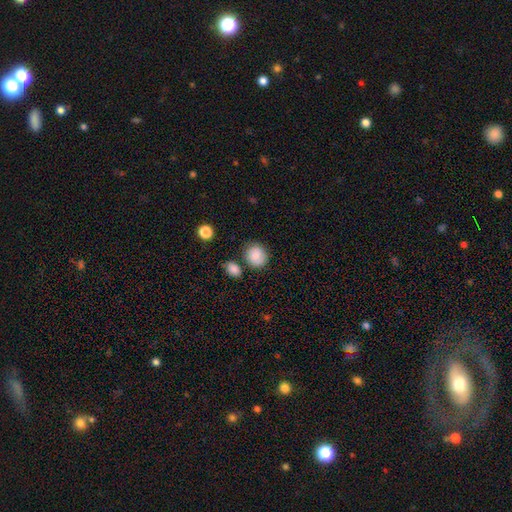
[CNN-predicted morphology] type=smooth (82%); roundness=round (74%); merging=none (75%).